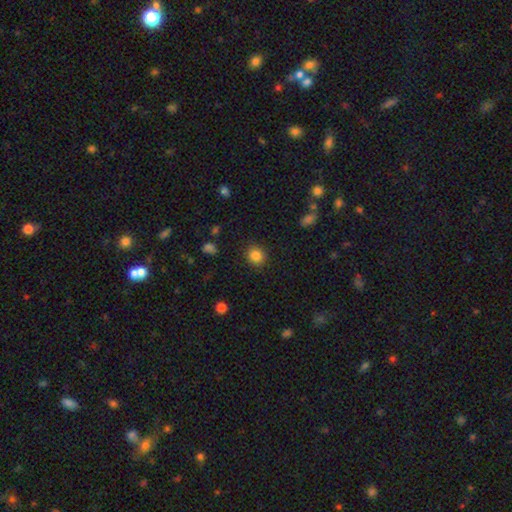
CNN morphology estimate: A smooth galaxy with no disk features (84%) that is round (84%).

Vote fractions:
- Smooth or featured? smooth: 84% / star or artifact: 11% / featured or disk: 5%
- How rounded? round: 84% / in between: 15% / cigar-shaped: 1%
- Merging? none: 89% / minor disturbance: 7% / major disturbance: 2% / merger: 1%